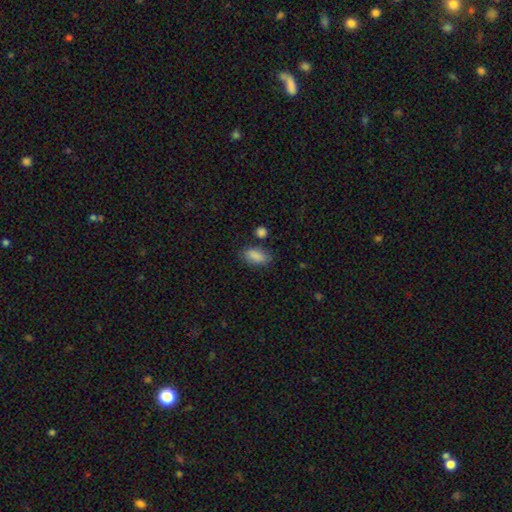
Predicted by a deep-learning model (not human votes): Smooth or featured: smooth — 87% (star or artifact — 8%)
How rounded: in between — 90% (round — 5%)
Merging: none — 75% (minor disturbance — 15%)